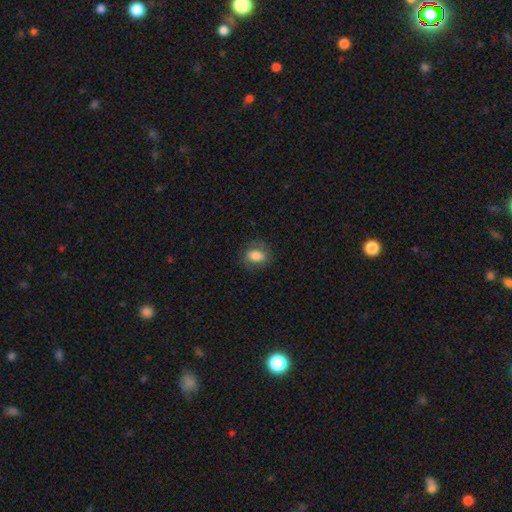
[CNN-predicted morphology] This is likely a smooth galaxy (76%). How rounded: likely in between (68%). Merging: likely none (75%).